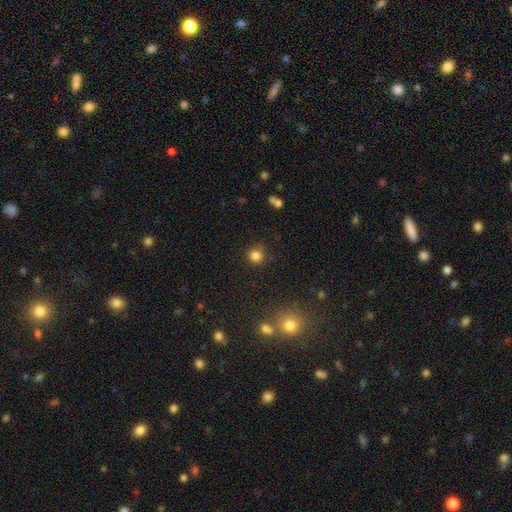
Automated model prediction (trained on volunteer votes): Overall: smooth (82%). How rounded: round (87%). Merging: none (80%).